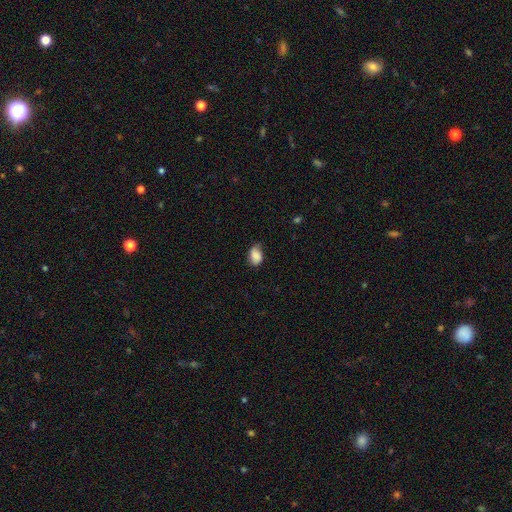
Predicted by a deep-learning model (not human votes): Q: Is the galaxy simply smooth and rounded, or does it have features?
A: smooth — 82%.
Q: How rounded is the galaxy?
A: in between — 81%.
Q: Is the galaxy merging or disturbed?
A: none — 60%.